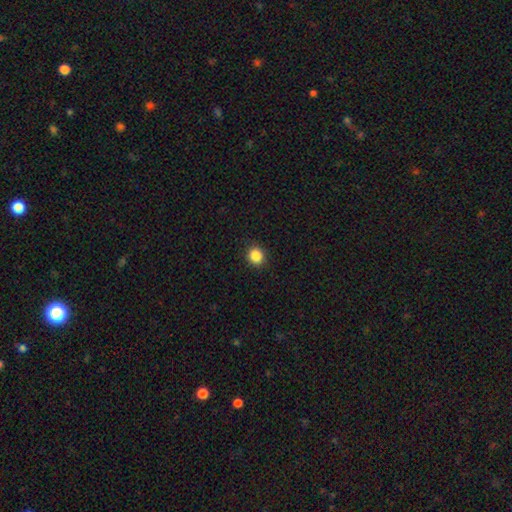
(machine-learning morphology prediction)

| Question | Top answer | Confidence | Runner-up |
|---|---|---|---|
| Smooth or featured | smooth | 86% | star or artifact (11%) |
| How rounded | round | 85% | in between (14%) |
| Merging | none | 91% | minor disturbance (6%) |